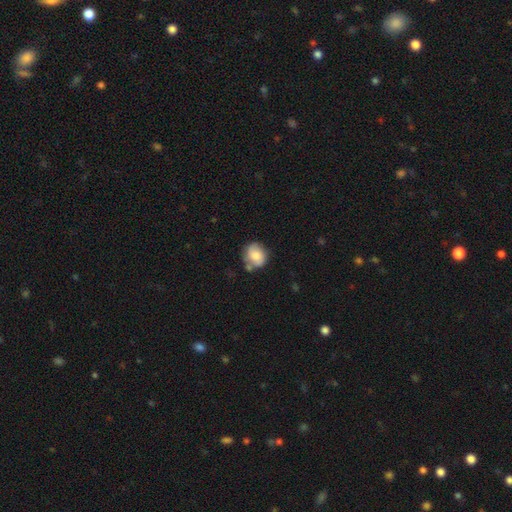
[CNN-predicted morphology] Smooth or featured? smooth (65%)
How rounded? round (70%)
Merging? none (58%)